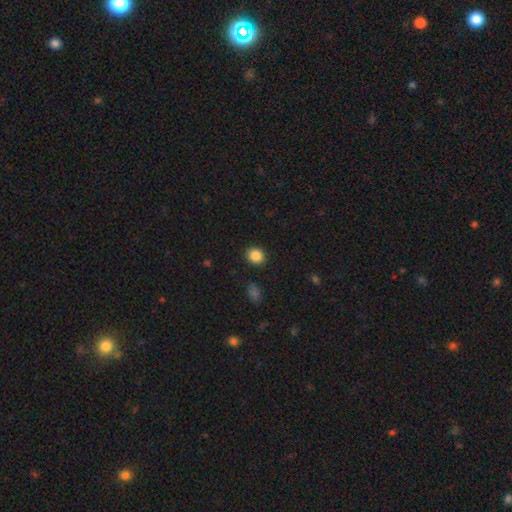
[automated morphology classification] smooth_or_featured: smooth (p=0.87) [alt: star or artifact p=0.09]
how_rounded: round (p=0.74) [alt: in between p=0.25]
merging: none (p=0.90) [alt: minor disturbance p=0.06]